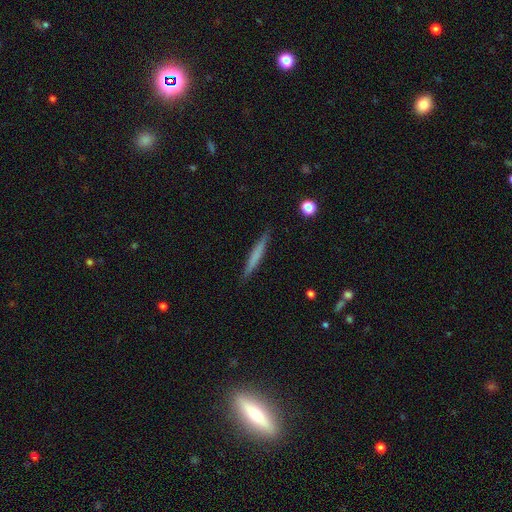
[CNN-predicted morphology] type=smooth (60%); roundness=cigar-shaped (96%); merging=none (90%).